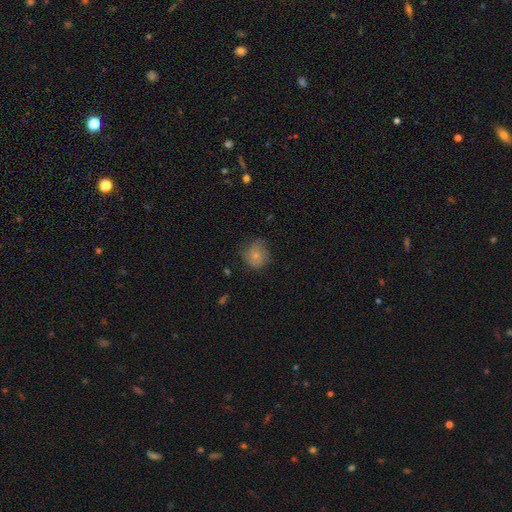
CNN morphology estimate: smooth_or_featured: smooth (p=0.71) [alt: featured or disk p=0.19]
how_rounded: round (p=0.83) [alt: in between p=0.16]
merging: none (p=0.61) [alt: minor disturbance p=0.29]